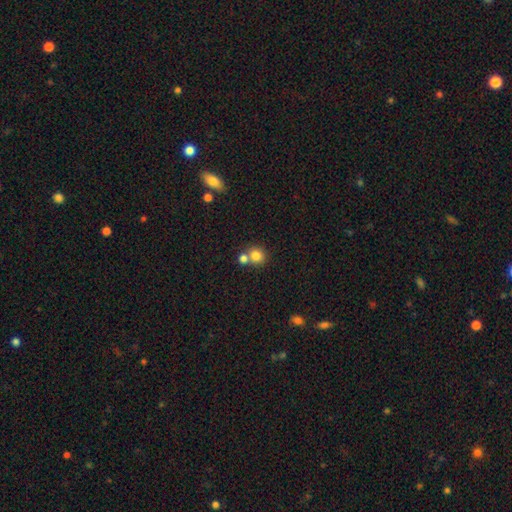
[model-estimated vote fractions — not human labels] Smooth or featured?
  - smooth: 82% *
  - star or artifact: 11%
  - featured or disk: 8%
How rounded?
  - round: 88% *
  - in between: 11%
  - cigar-shaped: 1%
Merging?
  - none: 54% *
  - merger: 37%
  - minor disturbance: 7%
  - major disturbance: 2%